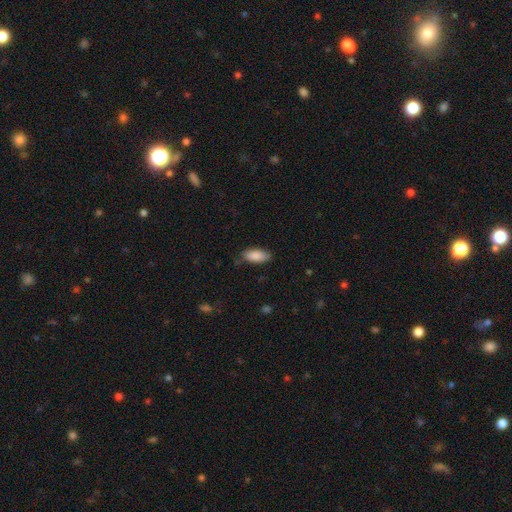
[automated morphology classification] The model was most divided on "merging": none: 82%, minor disturbance: 14%, major disturbance: 3%, merger: 1%. More confident: smooth or featured — smooth (88%); how rounded — in between (86%).